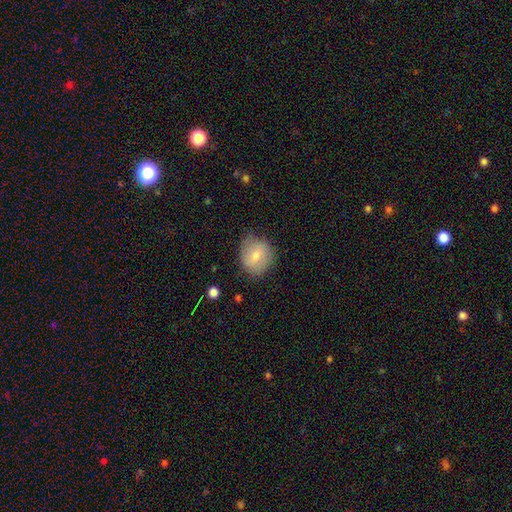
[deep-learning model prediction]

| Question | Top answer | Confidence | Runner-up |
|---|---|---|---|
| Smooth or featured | smooth | 70% | featured or disk (23%) |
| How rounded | round | 71% | in between (28%) |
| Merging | none | 69% | minor disturbance (24%) |